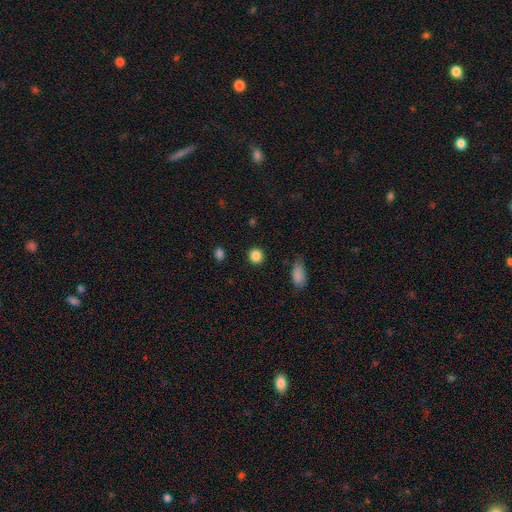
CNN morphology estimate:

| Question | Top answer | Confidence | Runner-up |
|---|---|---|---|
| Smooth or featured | smooth | 86% | star or artifact (10%) |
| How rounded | round | 90% | in between (9%) |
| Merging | none | 89% | minor disturbance (7%) |